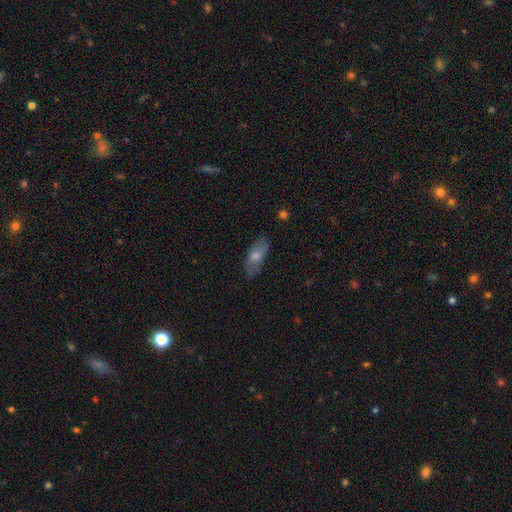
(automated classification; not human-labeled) smooth_or_featured: smooth (p=0.62) [alt: featured or disk p=0.30]
how_rounded: in between (p=0.74) [alt: cigar-shaped p=0.23]
merging: none (p=0.78) [alt: minor disturbance p=0.18]